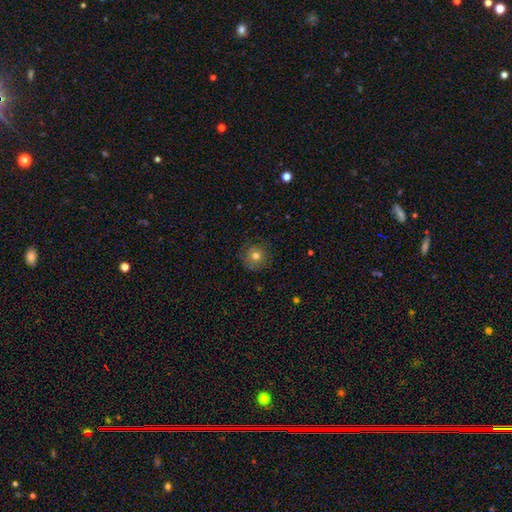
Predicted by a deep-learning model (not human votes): smooth 75%, star or artifact 13%, featured or disk 12%. Down the decision tree: how rounded — round (94%); merging — none (86%).